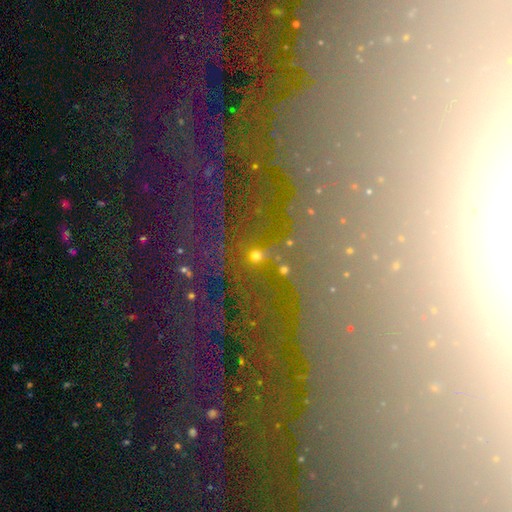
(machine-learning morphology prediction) Overall: star or artifact (67%).